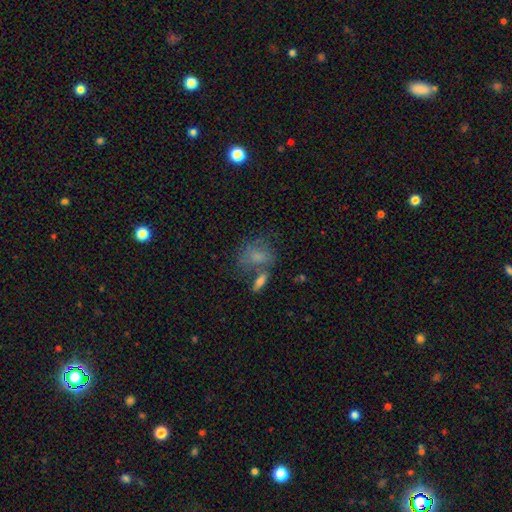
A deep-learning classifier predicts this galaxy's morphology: Smooth or featured? smooth (66%)
How rounded? in between (68%)
Merging? none (39%)